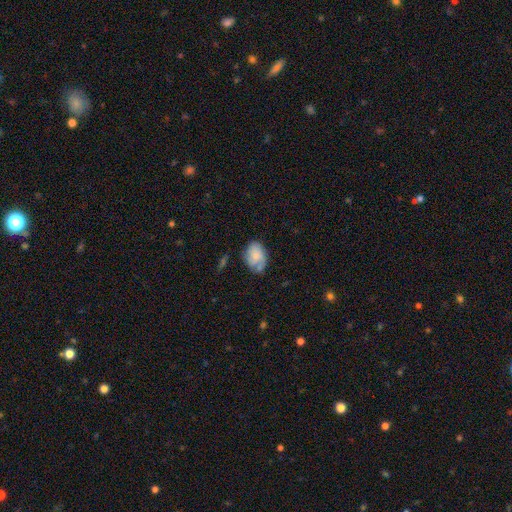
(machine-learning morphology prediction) This is likely a smooth galaxy (68%). How rounded: likely in between (79%). Merging: possibly none (52%).